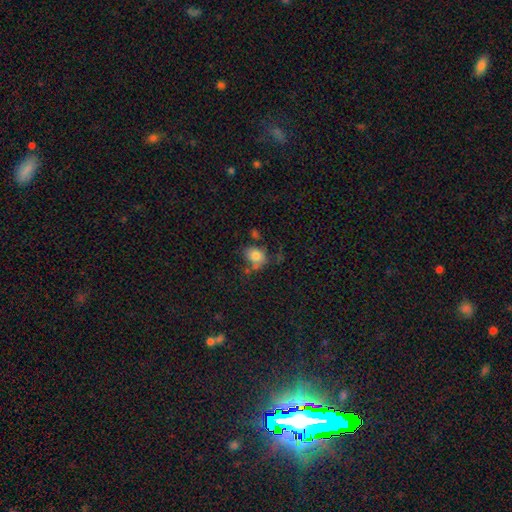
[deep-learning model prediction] smooth-or-featured: smooth: 78% | featured or disk: 12% | star or artifact: 11%
  how-rounded: in between: 56% | round: 43% | cigar-shaped: 1%
  merging: none: 52% | minor disturbance: 23% | merger: 15% | major disturbance: 9%